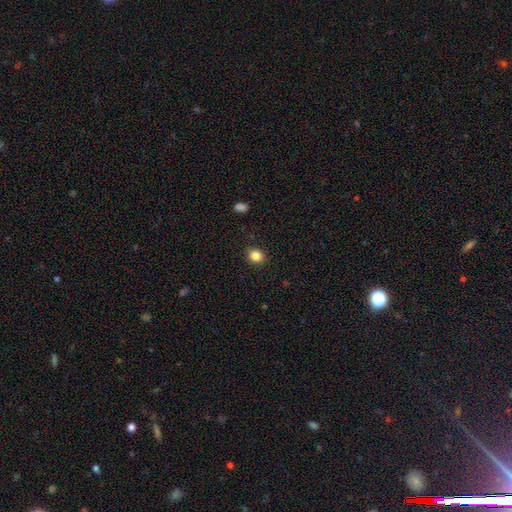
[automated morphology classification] Smooth or featured: smooth — 85% (star or artifact — 10%)
How rounded: round — 63% (in between — 36%)
Merging: none — 90% (minor disturbance — 7%)